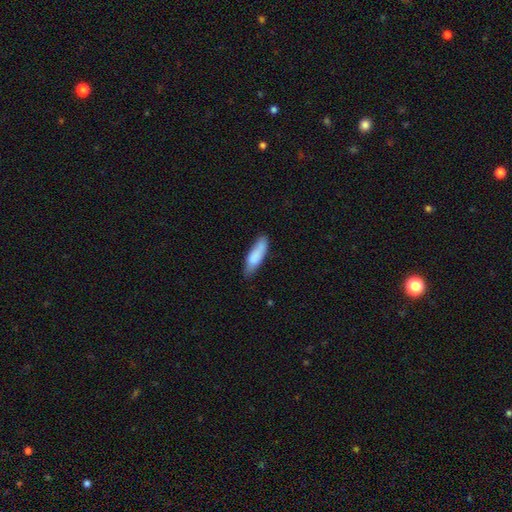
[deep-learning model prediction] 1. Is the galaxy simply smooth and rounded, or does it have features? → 82% smooth, 12% featured or disk, 6% star or artifact.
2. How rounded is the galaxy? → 53% cigar-shaped, 46% in between, 2% round.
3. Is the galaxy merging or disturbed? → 70% none, 24% minor disturbance, 4% major disturbance, 2% merger.